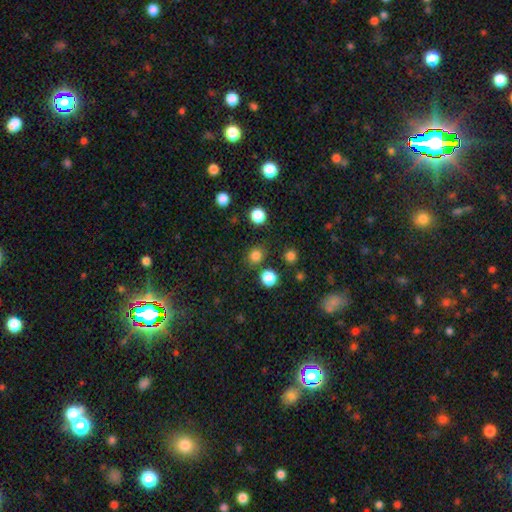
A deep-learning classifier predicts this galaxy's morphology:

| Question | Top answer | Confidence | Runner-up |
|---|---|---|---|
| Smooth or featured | smooth | 80% | star or artifact (16%) |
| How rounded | round | 82% | in between (17%) |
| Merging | none | 82% | minor disturbance (8%) |